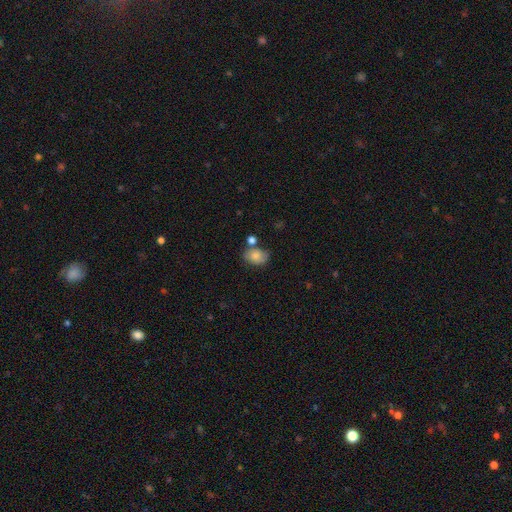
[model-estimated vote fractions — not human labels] A smooth galaxy with no disk features (78%) that is in between round and cigar-shaped (67%). Merging: none (56%).